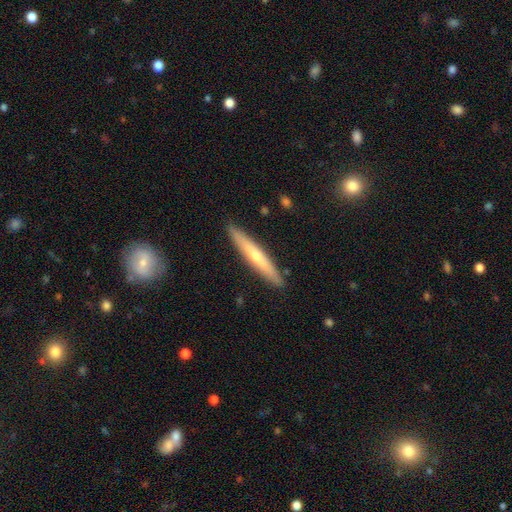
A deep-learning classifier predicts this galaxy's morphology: Smooth or featured? featured or disk (48%)
Merging? none (90%)